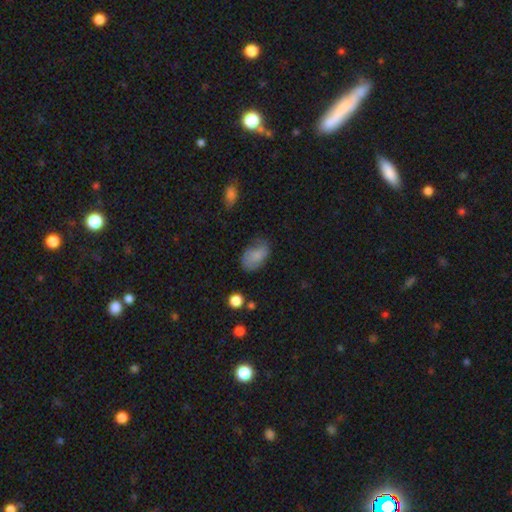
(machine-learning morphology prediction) The model was most divided on "merging": none: 54%, minor disturbance: 32%, major disturbance: 11%, merger: 2%. More confident: how rounded — in between (90%); smooth or featured — smooth (74%).